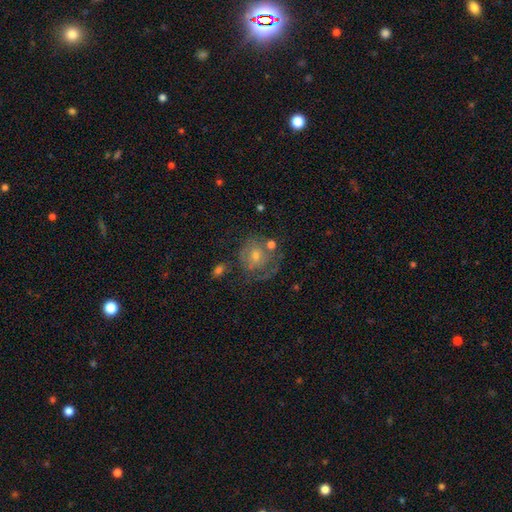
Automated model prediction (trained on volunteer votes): A featured or disk galaxy (60%) with no bar (73%), spiral arms (70%) and a small central bulge (49%).

Vote fractions:
- Smooth or featured? featured or disk: 60% / smooth: 26% / star or artifact: 14%
- Edge-on disk? no: 97% / yes: 3%
- Bar? no: 73% / weak: 23% / strong: 5%
- Spiral arms? yes: 70% / no: 30%
- Bulge size? small: 49% / moderate: 44% / none: 3% / large: 3% / dominant: 1%
- Merging? none: 53% / minor disturbance: 20% / major disturbance: 19% / merger: 8%